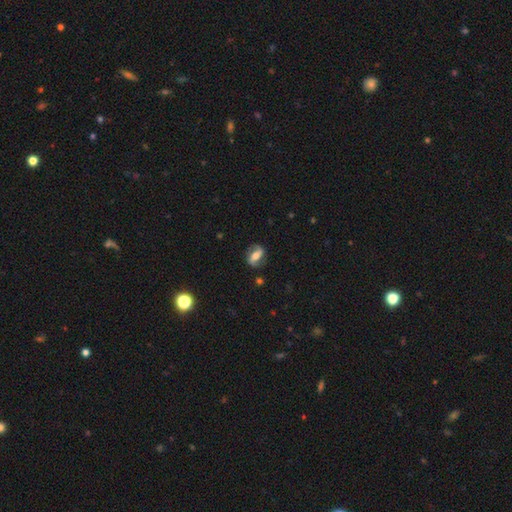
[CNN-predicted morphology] type=featured or disk (65%); edge-on=no (92%); bar=strong (45%); spiral arms=yes (81%); bulge=moderate (64%); merging=none (79%).